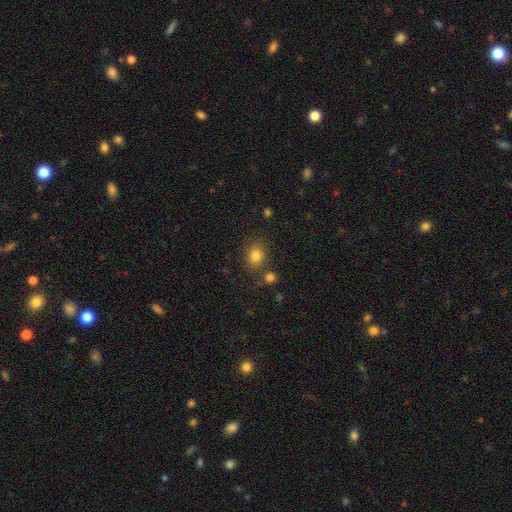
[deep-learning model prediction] Smooth or featured? Predicted: smooth (p=0.82). How rounded? Predicted: round (p=0.61). Merging? Predicted: none (p=0.75).